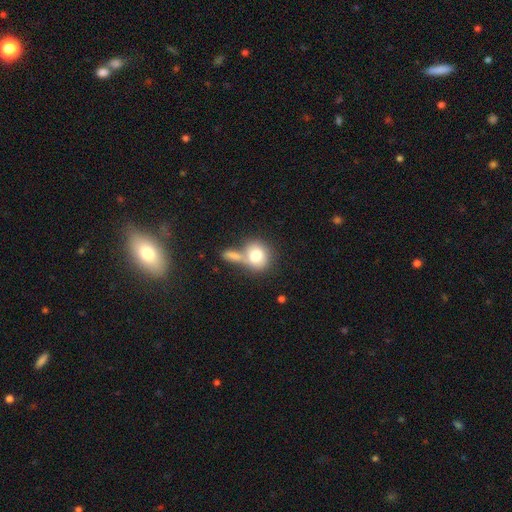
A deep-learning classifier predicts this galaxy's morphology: smooth 76%, featured or disk 15%, star or artifact 8%. Down the decision tree: how rounded — round (75%); merging — merger (43%).